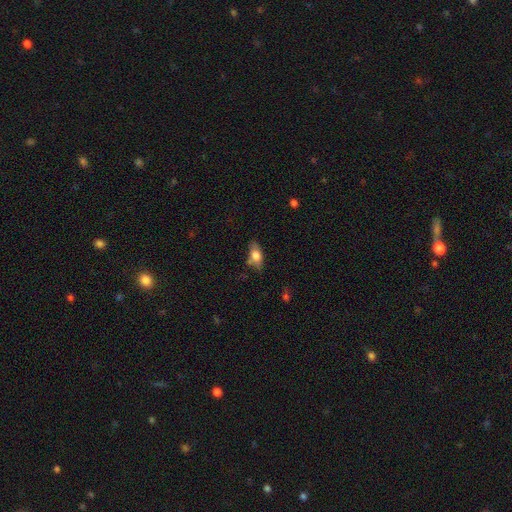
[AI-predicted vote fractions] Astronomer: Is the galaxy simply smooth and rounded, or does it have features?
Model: smooth — 71%.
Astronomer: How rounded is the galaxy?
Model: in between — 83%.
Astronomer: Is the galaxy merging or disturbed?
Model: none — 64%.